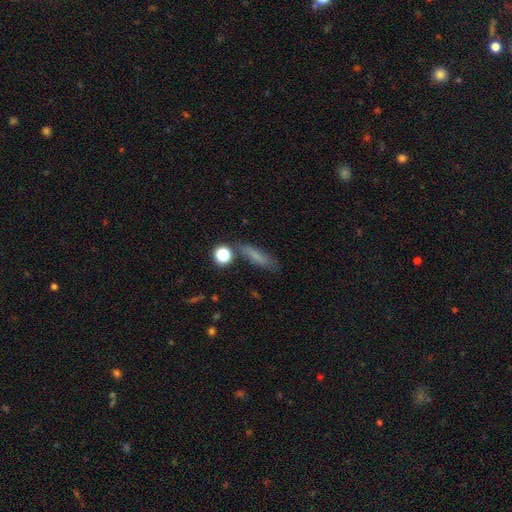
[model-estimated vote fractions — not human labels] A smooth galaxy with no disk features (68%) that is cigar-shaped (55%).

Vote fractions:
- Smooth or featured? smooth: 68% / featured or disk: 19% / star or artifact: 13%
- How rounded? cigar-shaped: 55% / in between: 38% / round: 7%
- Merging? none: 70% / minor disturbance: 17% / merger: 7% / major disturbance: 6%